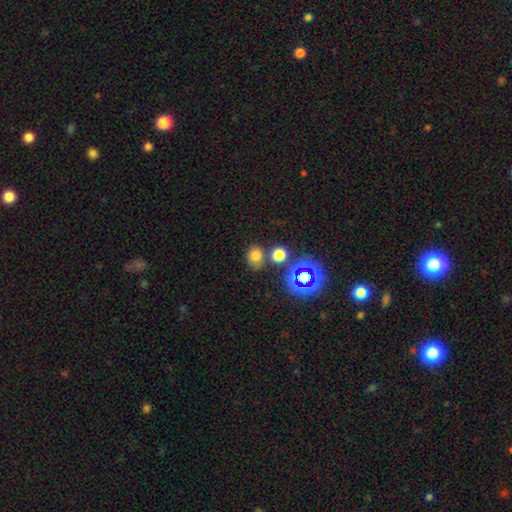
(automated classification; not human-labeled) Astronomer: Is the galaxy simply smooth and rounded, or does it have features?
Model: smooth — 69%.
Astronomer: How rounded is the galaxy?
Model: round — 66%.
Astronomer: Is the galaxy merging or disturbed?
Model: none — 73%.